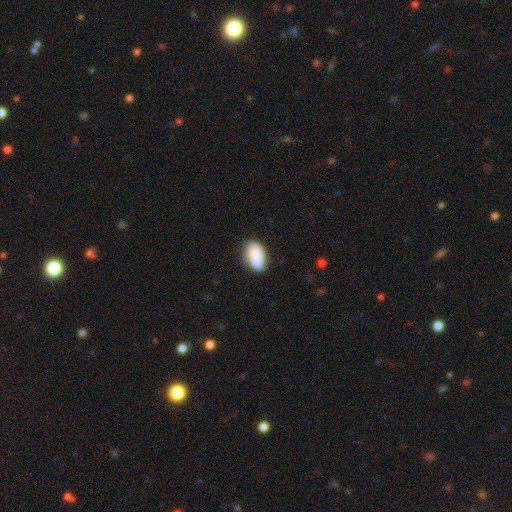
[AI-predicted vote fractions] The model was most divided on "merging": none: 65%, minor disturbance: 27%, major disturbance: 6%, merger: 2%. More confident: how rounded — in between (92%); smooth or featured — smooth (83%).